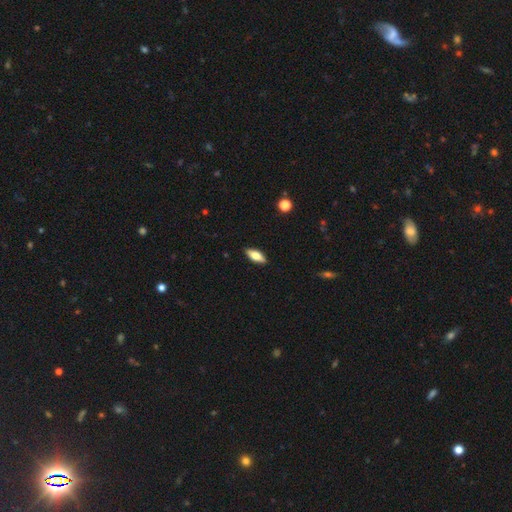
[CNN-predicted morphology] type=smooth (62%); roundness=in between (72%); merging=none (88%).